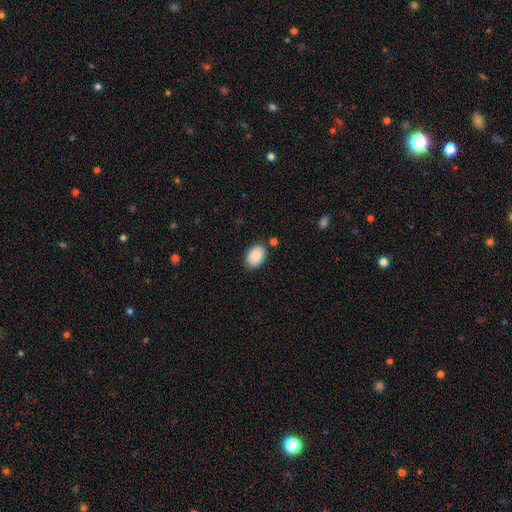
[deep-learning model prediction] A smooth galaxy with no disk features (89%) that is in between round and cigar-shaped (90%). Merging: none (83%).